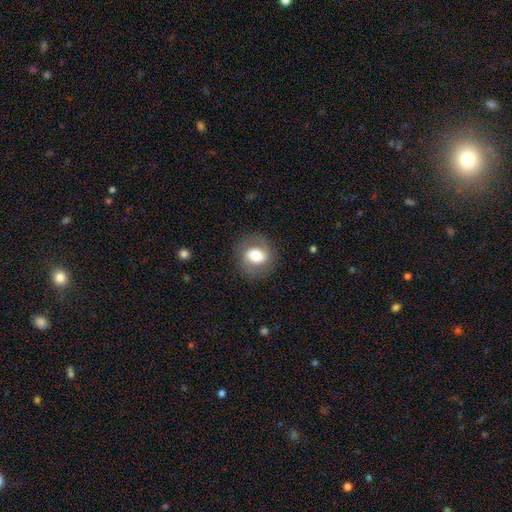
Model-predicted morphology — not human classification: type=smooth (56%); roundness=round (69%); merging=none (81%).